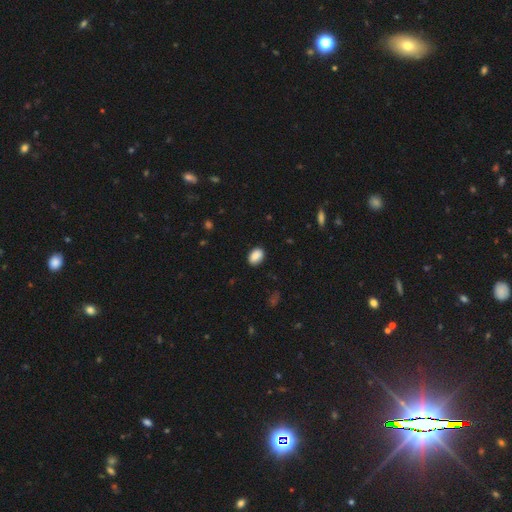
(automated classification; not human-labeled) smooth 89%, star or artifact 7%, featured or disk 4%. Down the decision tree: how rounded — in between (82%); merging — none (87%).